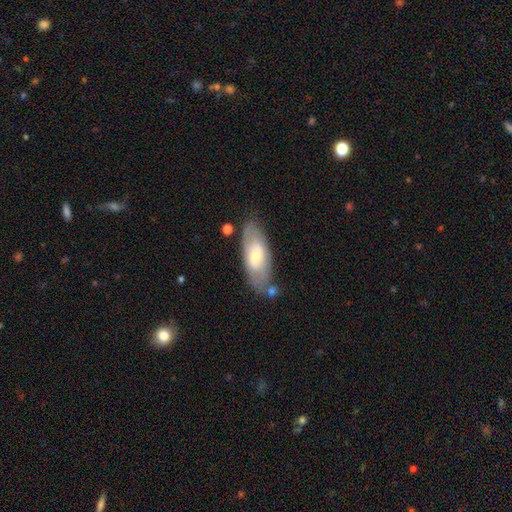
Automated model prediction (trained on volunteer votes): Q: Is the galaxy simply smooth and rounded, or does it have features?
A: smooth — 49%.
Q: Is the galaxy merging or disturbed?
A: none — 69%.